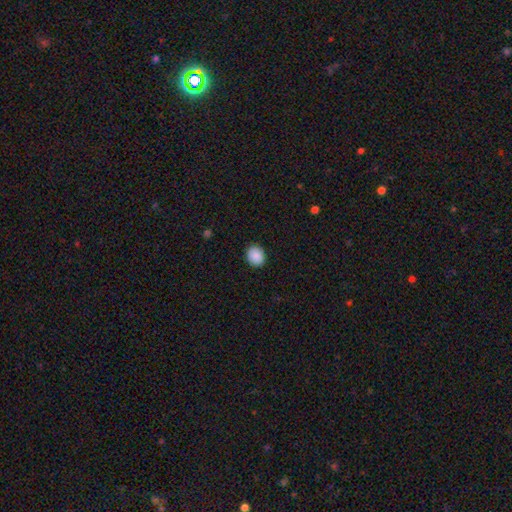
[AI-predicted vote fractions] Smooth or featured?
  - smooth: 89% *
  - star or artifact: 7%
  - featured or disk: 3%
How rounded?
  - round: 62% *
  - in between: 37%
  - cigar-shaped: 1%
Merging?
  - none: 90% *
  - minor disturbance: 7%
  - major disturbance: 2%
  - merger: 1%